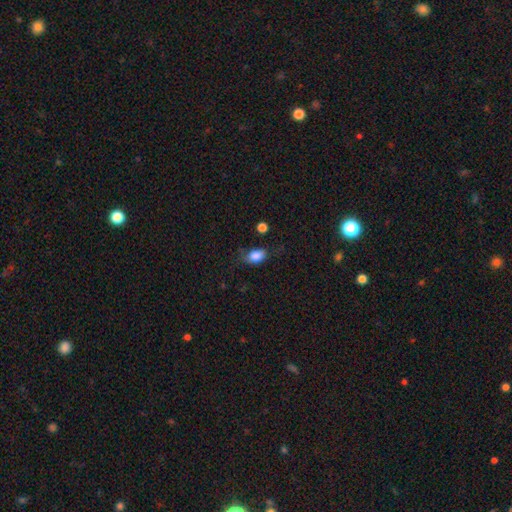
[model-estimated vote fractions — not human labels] Smooth or featured: smooth — 85% (star or artifact — 9%)
How rounded: in between — 85% (round — 12%)
Merging: none — 61% (minor disturbance — 27%)